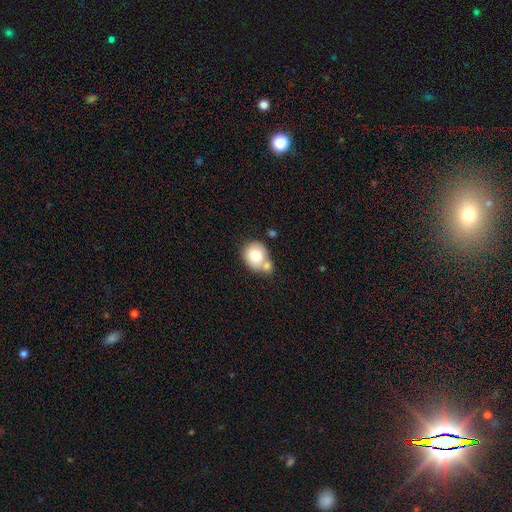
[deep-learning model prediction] This is likely a smooth galaxy (77%). How rounded: likely round (65%). Merging: marginally merger (43%).